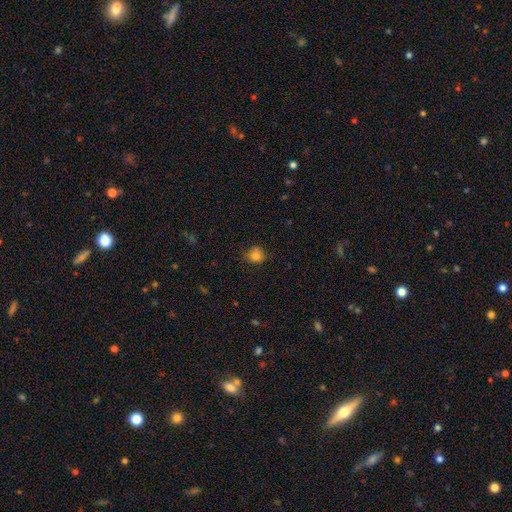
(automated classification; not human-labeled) This is clearly a smooth galaxy (81%). How rounded: clearly round (81%). Merging: likely none (66%).